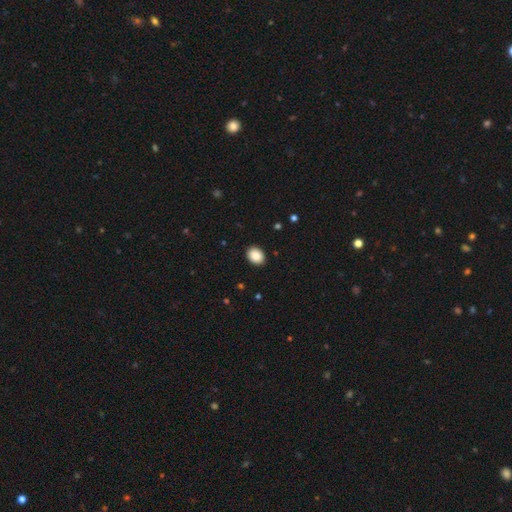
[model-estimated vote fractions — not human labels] smooth-or-featured: smooth: 89% | star or artifact: 8% | featured or disk: 4%
  how-rounded: in between: 60% | round: 39% | cigar-shaped: 1%
  merging: none: 91% | minor disturbance: 6% | major disturbance: 2% | merger: 1%